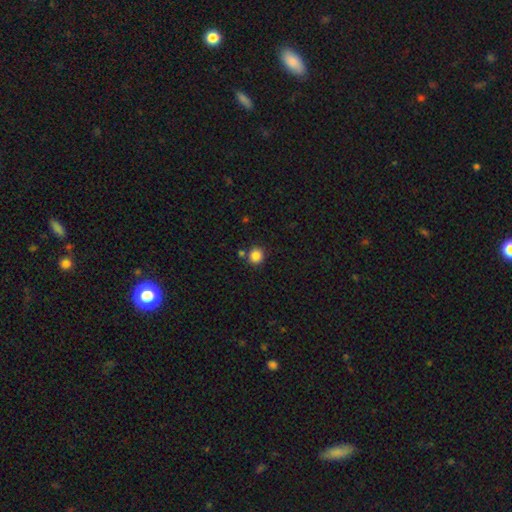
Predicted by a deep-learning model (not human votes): A smooth galaxy with no disk features (86%) that is round (89%). Merging: none (80%).